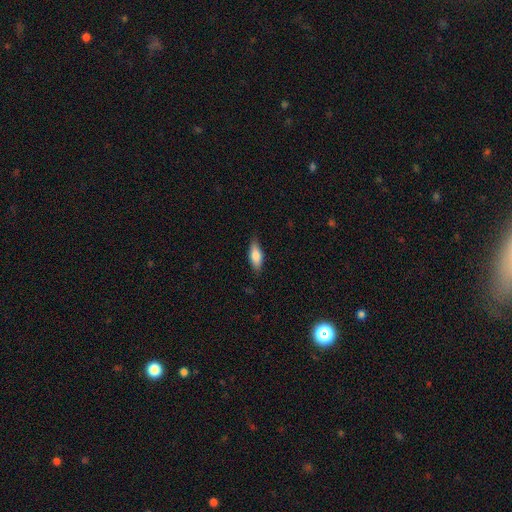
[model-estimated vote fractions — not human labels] smooth_or_featured: smooth (p=0.79) [alt: featured or disk p=0.15]
how_rounded: in between (p=0.72) [alt: cigar-shaped p=0.26]
merging: none (p=0.83) [alt: minor disturbance p=0.14]